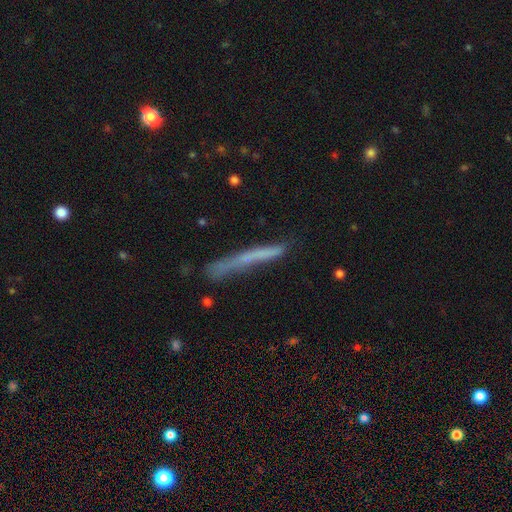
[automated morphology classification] A smooth galaxy with no disk features (52%) that is cigar-shaped (96%). Merging: none (69%).